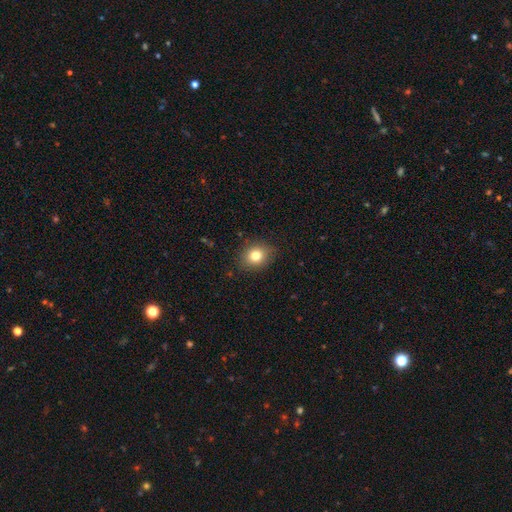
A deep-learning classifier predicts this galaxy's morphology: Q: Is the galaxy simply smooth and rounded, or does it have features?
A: smooth — 79%.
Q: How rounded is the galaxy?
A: round — 62%.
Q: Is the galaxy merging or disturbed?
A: none — 85%.